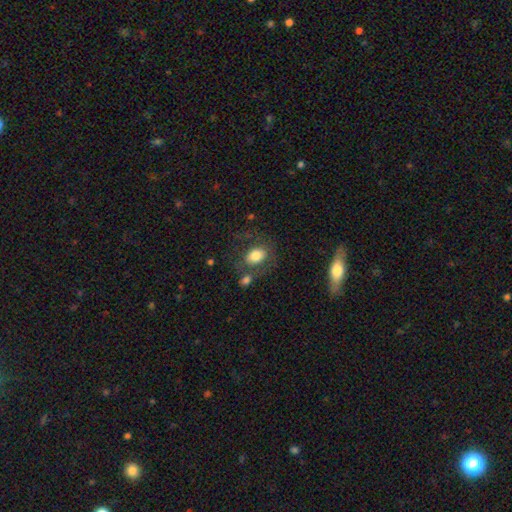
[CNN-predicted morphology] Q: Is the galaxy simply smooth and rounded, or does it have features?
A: smooth — 78%.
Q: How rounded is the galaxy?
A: in between — 67%.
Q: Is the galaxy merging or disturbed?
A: none — 57%.